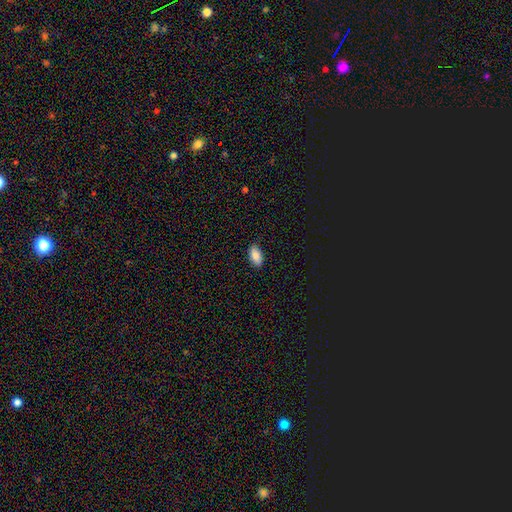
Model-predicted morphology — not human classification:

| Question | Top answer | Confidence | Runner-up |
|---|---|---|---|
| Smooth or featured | smooth | 87% | star or artifact (7%) |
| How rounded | in between | 91% | cigar-shaped (6%) |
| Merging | none | 84% | minor disturbance (12%) |